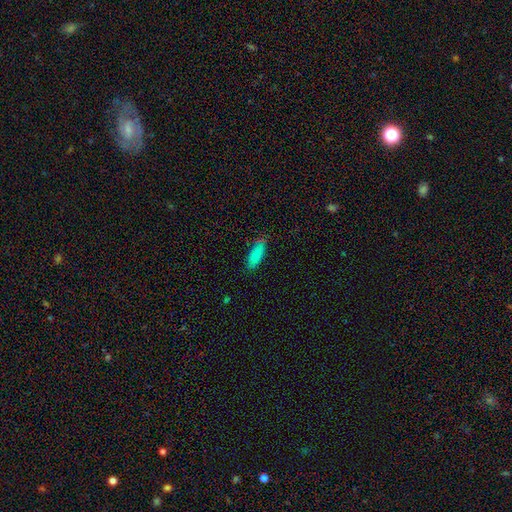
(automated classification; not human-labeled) Smooth or featured? Predicted: smooth (p=0.83). How rounded? Predicted: in between (p=0.68). Merging? Predicted: none (p=0.73).